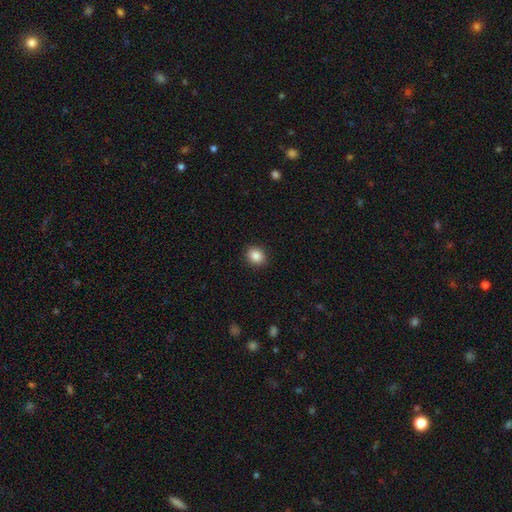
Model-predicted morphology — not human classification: type=smooth (87%); roundness=round (63%); merging=none (91%).